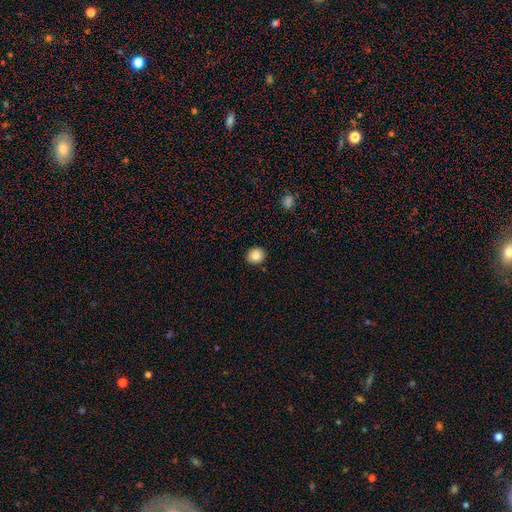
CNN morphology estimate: Smooth or featured: smooth — 85% (star or artifact — 9%)
How rounded: round — 79% (in between — 20%)
Merging: none — 91% (minor disturbance — 6%)